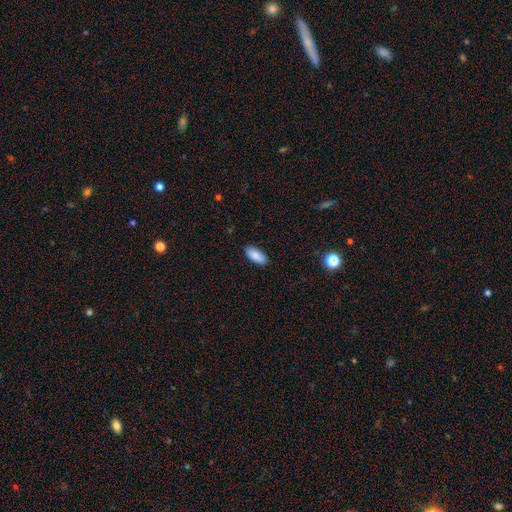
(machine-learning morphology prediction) smooth-or-featured: smooth: 88% | star or artifact: 7% | featured or disk: 5%
  how-rounded: in between: 89% | cigar-shaped: 9% | round: 2%
  merging: none: 88% | minor disturbance: 9% | major disturbance: 2% | merger: 1%